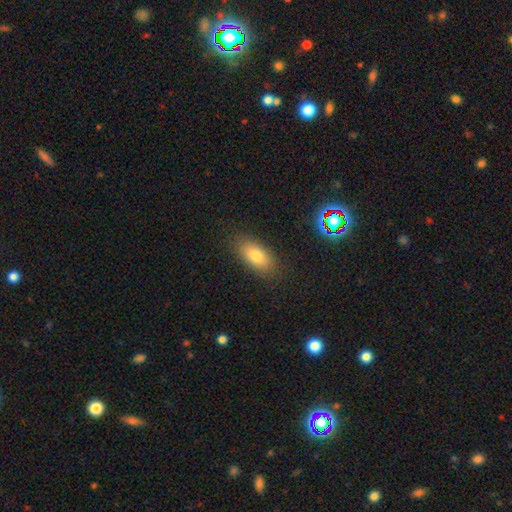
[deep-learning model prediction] Smooth or featured? Predicted: smooth (p=0.78). How rounded? Predicted: in between (p=0.88). Merging? Predicted: none (p=0.85).